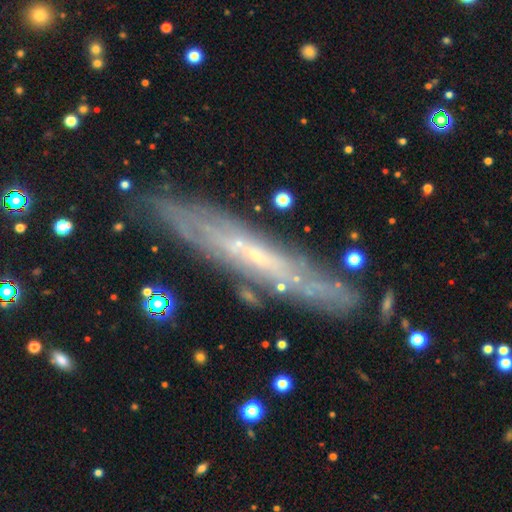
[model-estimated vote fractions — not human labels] This appears to be a featured or disk galaxy (72%) viewed edge-on (64%). Merging: none (83%).